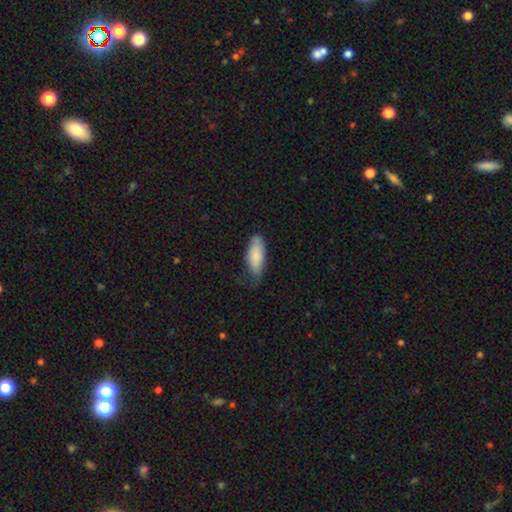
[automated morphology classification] A smooth galaxy with no disk features (82%) that is in between round and cigar-shaped (80%). Merging: none (51%).